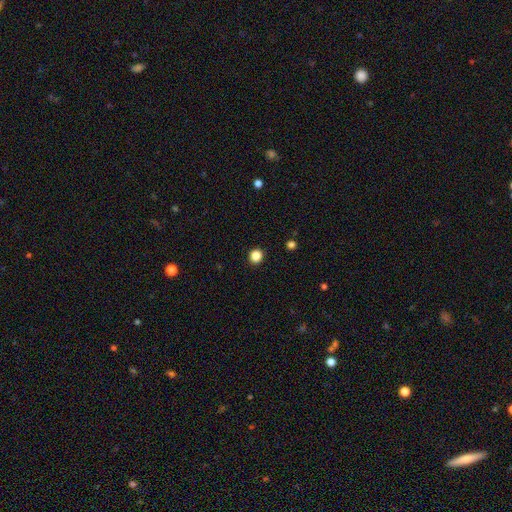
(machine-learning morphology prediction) smooth 86%, star or artifact 11%, featured or disk 3%. Down the decision tree: how rounded — round (88%); merging — none (92%).